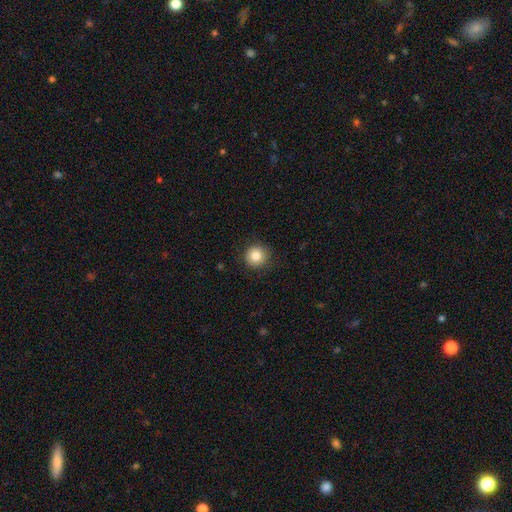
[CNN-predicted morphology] smooth-or-featured: smooth: 84% | star or artifact: 10% | featured or disk: 6%
  how-rounded: round: 94% | in between: 5% | cigar-shaped: 1%
  merging: none: 89% | minor disturbance: 8% | major disturbance: 2% | merger: 1%